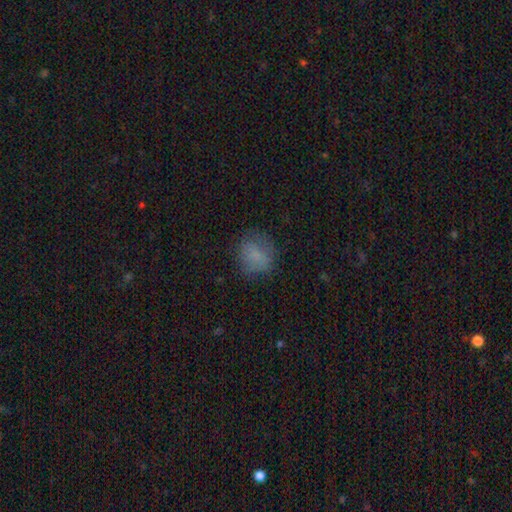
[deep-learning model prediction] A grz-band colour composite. It shows a smooth galaxy with no disk features (75%) that is round (68%). Merging: none (69%).